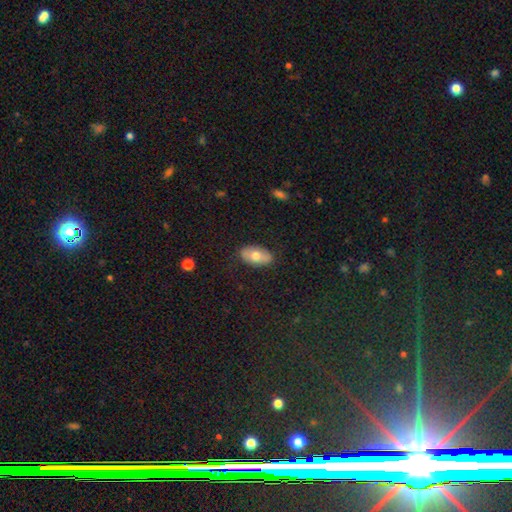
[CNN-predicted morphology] Q: Smooth or featured?
A: smooth (68%); runner-up: featured or disk (25%)
Q: How rounded?
A: in between (93%); runner-up: round (5%)
Q: Merging?
A: none (84%); runner-up: minor disturbance (12%)